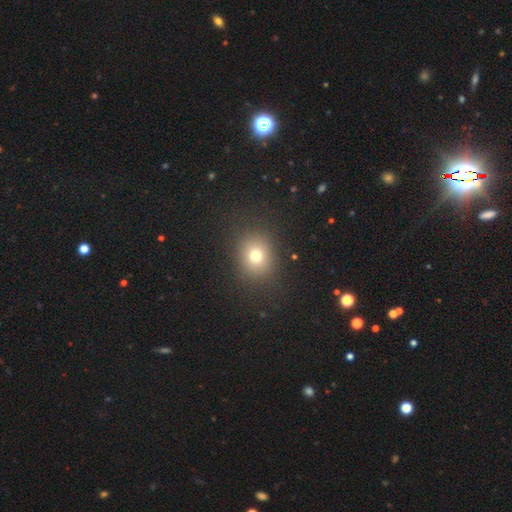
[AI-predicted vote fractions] Overall: smooth (74%). How rounded: round (65%; in between 34%). Merging: none (86%).